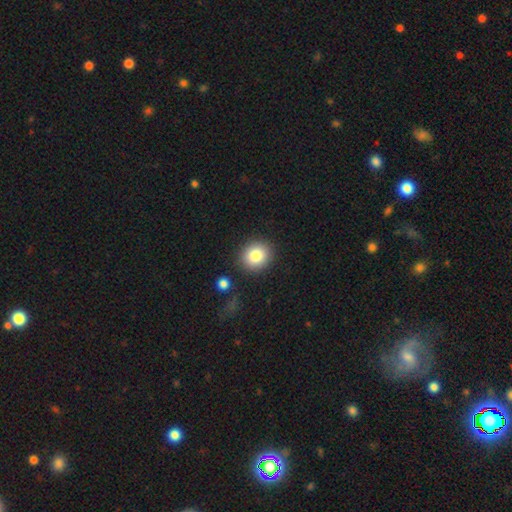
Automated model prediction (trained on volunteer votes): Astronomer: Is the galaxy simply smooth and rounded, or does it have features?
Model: smooth — 83%.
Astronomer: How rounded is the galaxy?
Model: round — 78%.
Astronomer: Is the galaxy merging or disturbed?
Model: none — 86%.